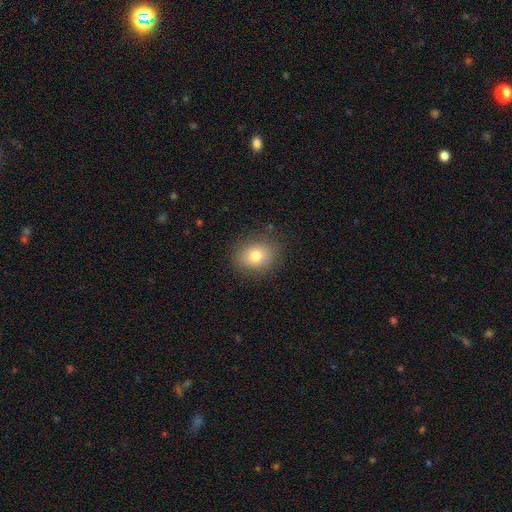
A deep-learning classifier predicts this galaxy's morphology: A smooth galaxy with no disk features (77%) that is in between round and cigar-shaped (50%). Merging: none (86%).